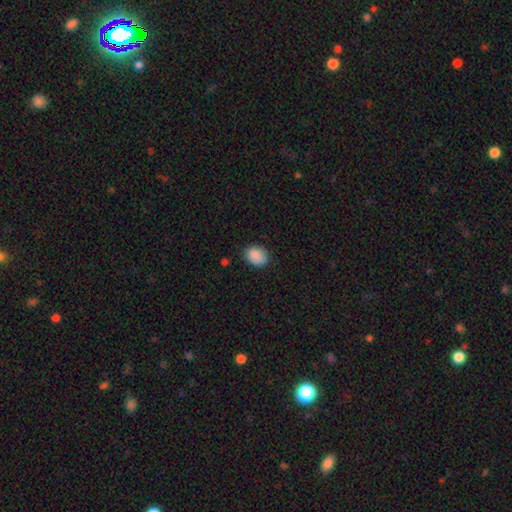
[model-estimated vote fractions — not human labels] smooth-or-featured: smooth: 88% | star or artifact: 8% | featured or disk: 4%
  how-rounded: round: 55% | in between: 44% | cigar-shaped: 1%
  merging: none: 77% | minor disturbance: 18% | major disturbance: 3% | merger: 1%